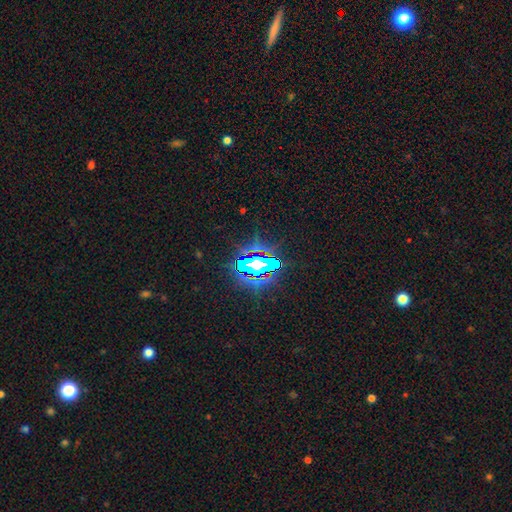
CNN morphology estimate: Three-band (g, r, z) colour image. It shows a star or artifact, not a galaxy (81%).